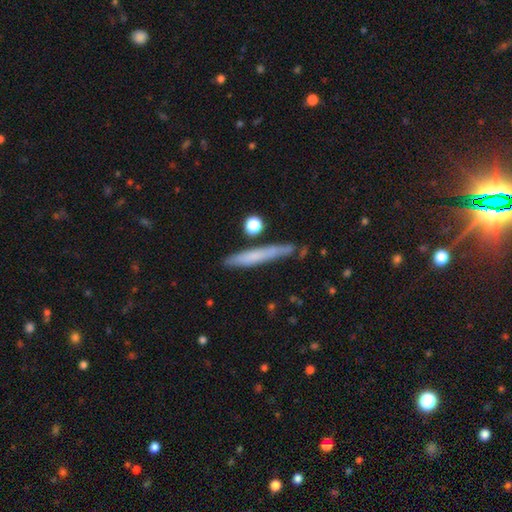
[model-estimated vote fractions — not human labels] This is likely a smooth galaxy (62%). How rounded: clearly cigar-shaped (94%). Merging: likely none (79%).